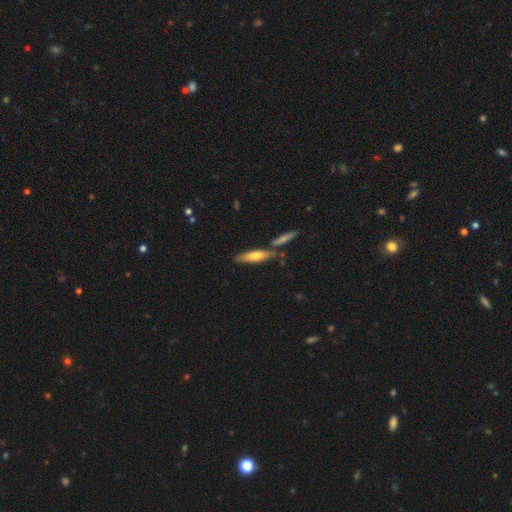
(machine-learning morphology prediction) Overall: smooth (61%; featured or disk 33%). How rounded: cigar-shaped (69%). Merging: none (66%).